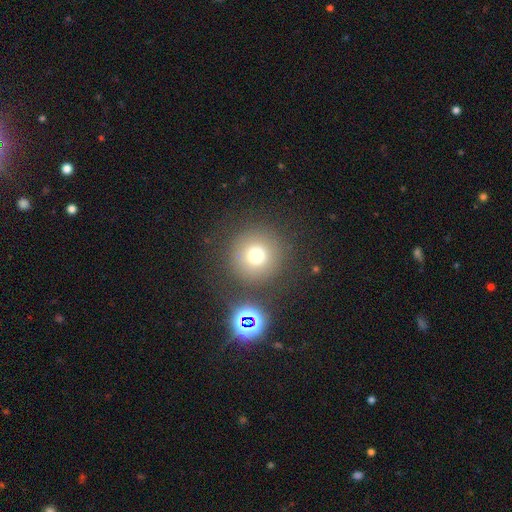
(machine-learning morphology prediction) This is likely a smooth galaxy (71%). How rounded: clearly round (95%). Merging: likely none (80%).